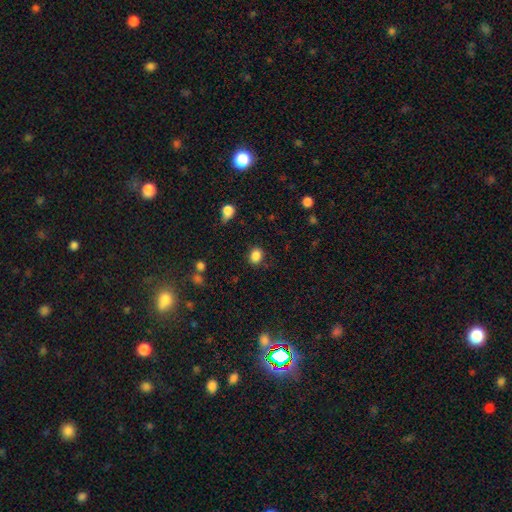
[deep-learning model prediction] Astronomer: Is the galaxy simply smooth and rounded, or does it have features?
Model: smooth — 86%.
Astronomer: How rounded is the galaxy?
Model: round — 54% (runner-up: in between, 45%).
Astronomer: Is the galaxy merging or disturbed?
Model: none — 80%.